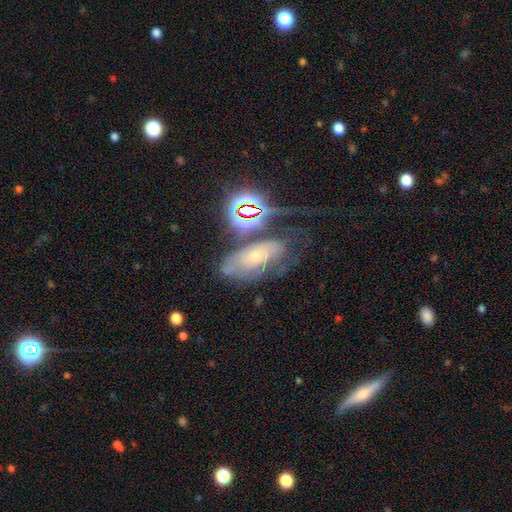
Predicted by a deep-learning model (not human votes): A featured or disk galaxy (47%). Merging: none (43%).